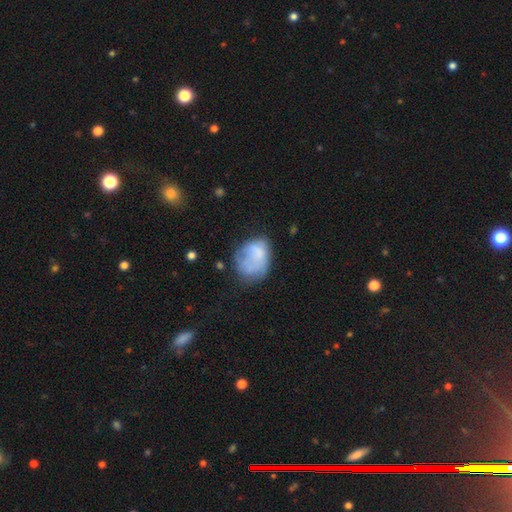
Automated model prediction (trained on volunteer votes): Overall: smooth (63%; featured or disk 28%). How rounded: in between (58%; round 41%). Merging: none (38%; minor disturbance 30%).